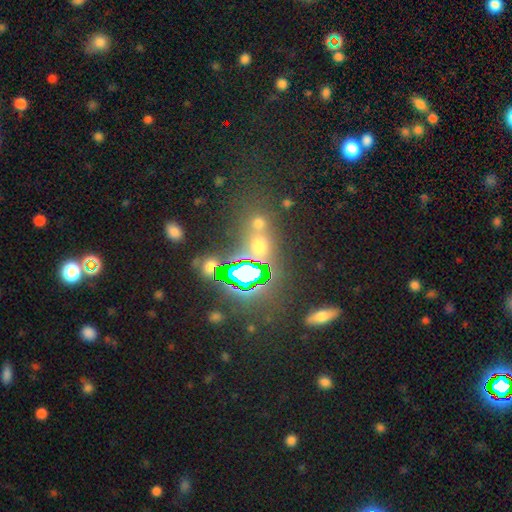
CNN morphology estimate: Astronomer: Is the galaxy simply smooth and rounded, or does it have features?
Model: star or artifact — 68%.